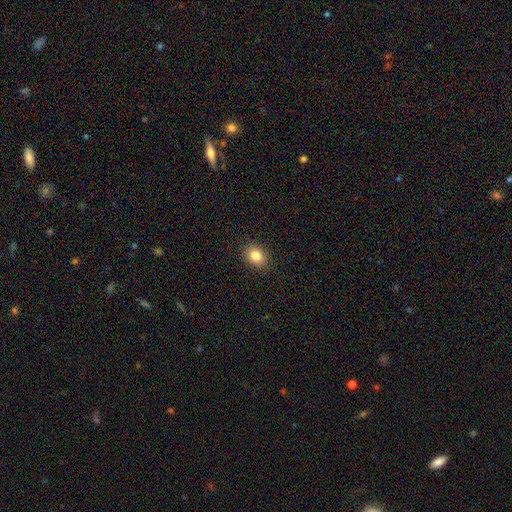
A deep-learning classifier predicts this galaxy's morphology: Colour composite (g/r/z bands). It shows a smooth galaxy with no disk features (83%) that is in between round and cigar-shaped (54%). Merging: none (89%).